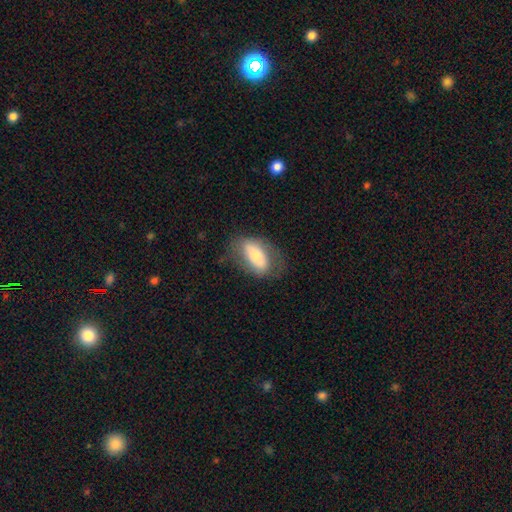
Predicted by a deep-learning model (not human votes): The model was most divided on "smooth or featured": smooth: 60%, featured or disk: 33%, star or artifact: 7%. More confident: how rounded — in between (89%); merging — none (66%).